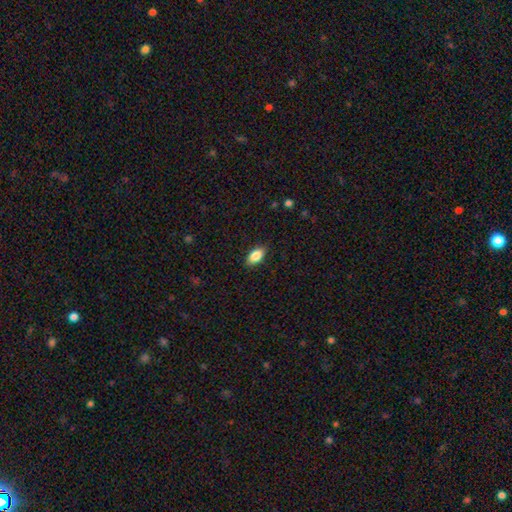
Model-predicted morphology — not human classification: Overall: smooth (85%). How rounded: in between (90%). Merging: none (87%).